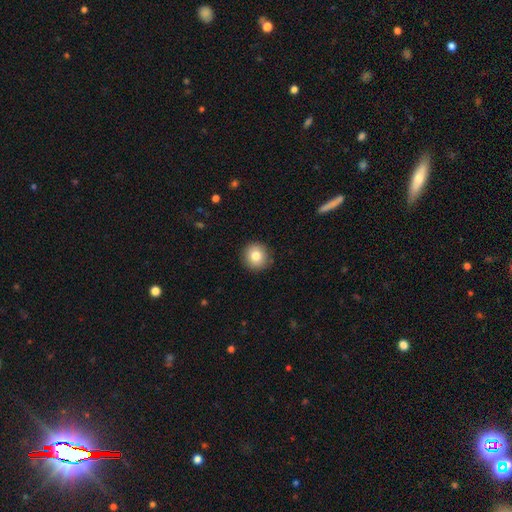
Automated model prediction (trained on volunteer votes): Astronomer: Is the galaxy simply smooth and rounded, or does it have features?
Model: smooth — 81%.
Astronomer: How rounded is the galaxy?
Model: round — 94%.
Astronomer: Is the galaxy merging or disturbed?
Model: none — 91%.